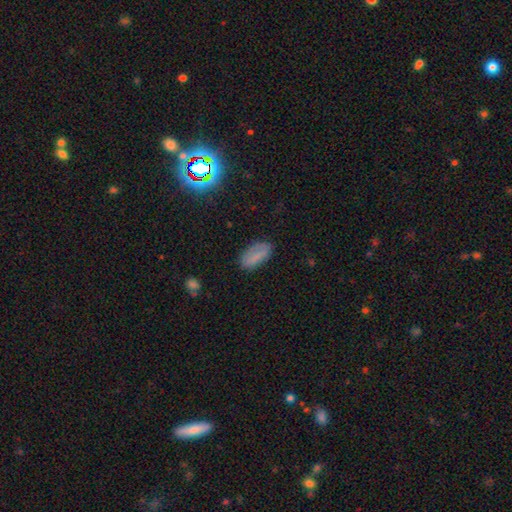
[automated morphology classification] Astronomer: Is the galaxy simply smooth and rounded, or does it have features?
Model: smooth — 75%.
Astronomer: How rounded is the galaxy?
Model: in between — 89%.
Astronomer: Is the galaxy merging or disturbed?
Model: none — 78%.